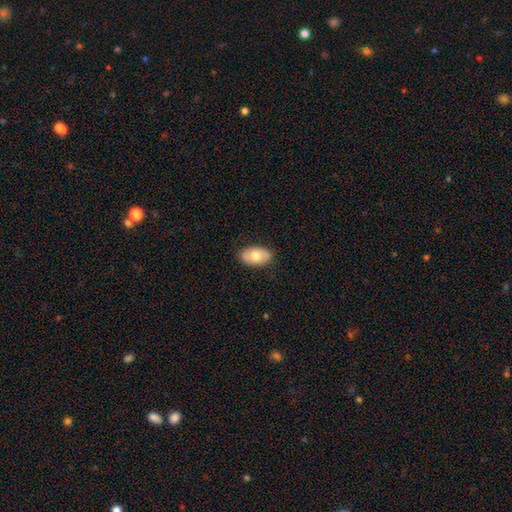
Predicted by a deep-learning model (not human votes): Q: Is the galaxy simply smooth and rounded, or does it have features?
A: smooth — 67%.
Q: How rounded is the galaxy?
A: in between — 93%.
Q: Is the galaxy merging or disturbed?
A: none — 85%.